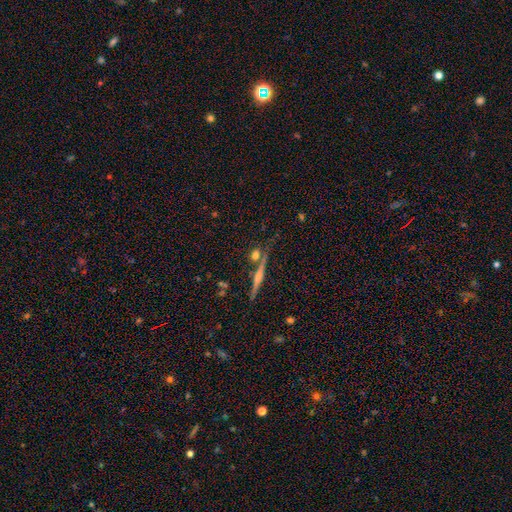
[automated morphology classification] Smooth or featured?
  - smooth: 48% *
  - featured or disk: 38%
  - star or artifact: 14%
Merging?
  - none: 76% *
  - merger: 11%
  - minor disturbance: 10%
  - major disturbance: 4%